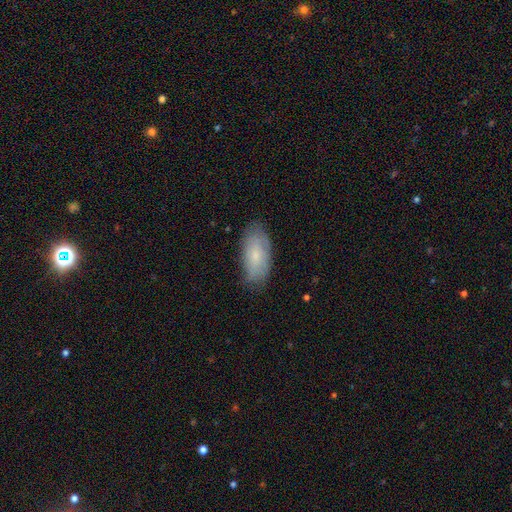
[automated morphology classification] Overall: smooth (67%). How rounded: in between (90%). Merging: none (75%).